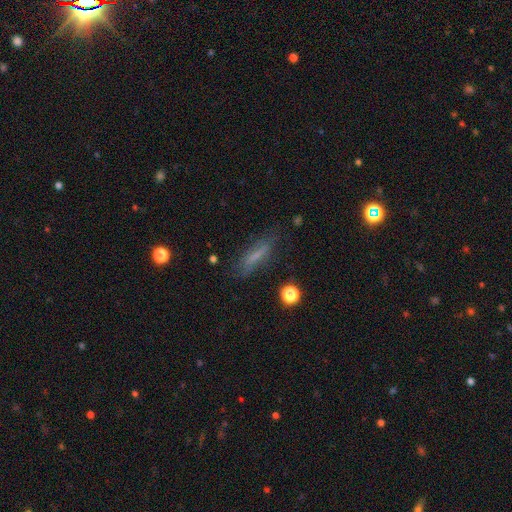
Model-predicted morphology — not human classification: Smooth or featured? smooth (57%)
How rounded? cigar-shaped (75%)
Merging? none (74%)